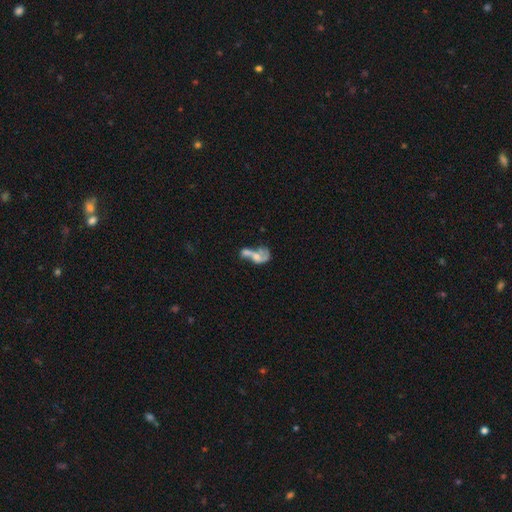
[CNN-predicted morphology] Overall: featured or disk (56%; smooth 33%). Edge-on disk: no (96%). Bar: no (73%). Spiral arms: yes (51%; no 49%). Bulge size: moderate (38%; small 28%). Merging: merger (60%).